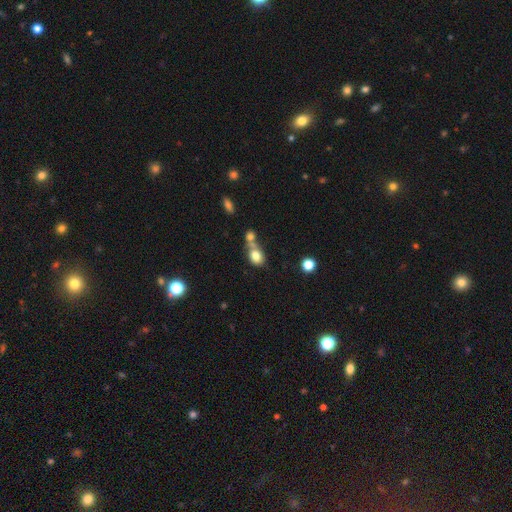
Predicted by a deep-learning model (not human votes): Q: Smooth or featured?
A: smooth (78%); runner-up: featured or disk (12%)
Q: How rounded?
A: in between (63%); runner-up: round (35%)
Q: Merging?
A: merger (49%); runner-up: none (34%)